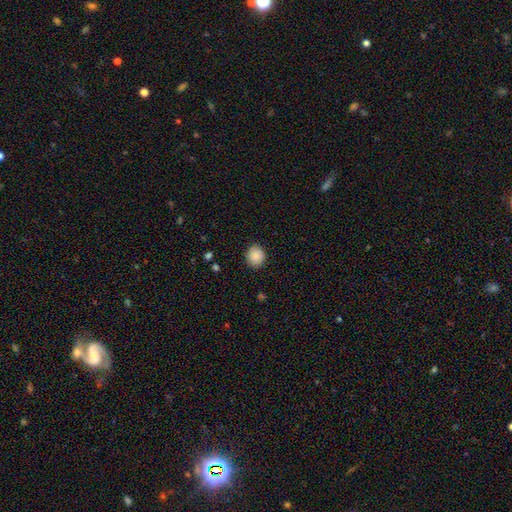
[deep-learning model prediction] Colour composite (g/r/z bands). It shows a smooth galaxy with no disk features (87%) that is round (83%). Merging: none (89%).